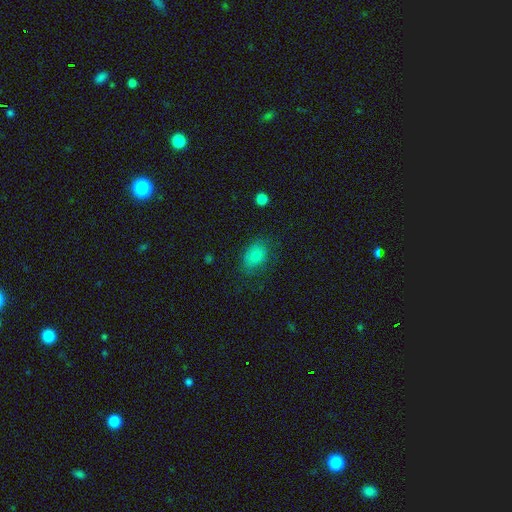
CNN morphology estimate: Smooth or featured? smooth (78%)
How rounded? in between (80%)
Merging? none (72%)